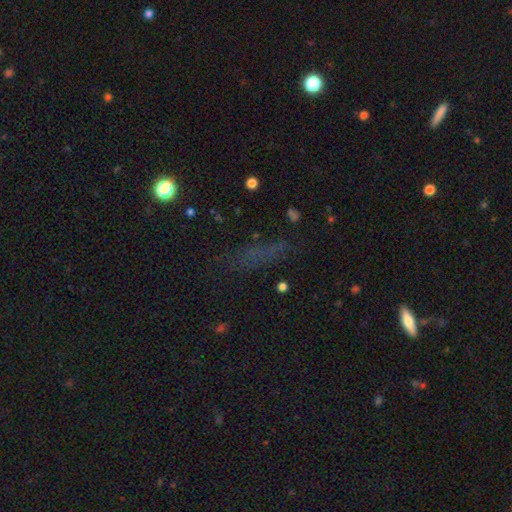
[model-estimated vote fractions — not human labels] Smooth or featured? smooth (45%)
Merging? none (72%)